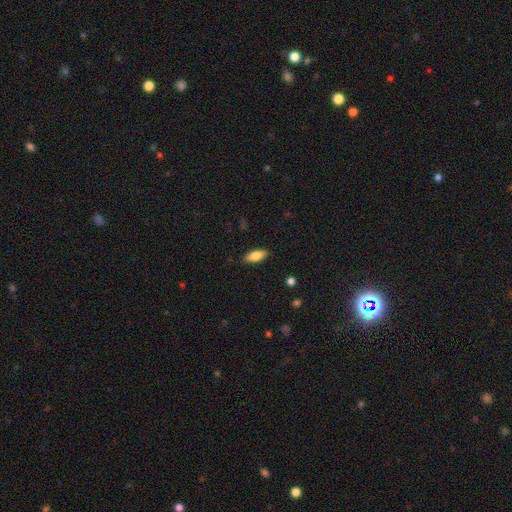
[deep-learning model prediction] smooth-or-featured: smooth: 82% | featured or disk: 11% | star or artifact: 6%
  how-rounded: in between: 76% | cigar-shaped: 22% | round: 2%
  merging: none: 86% | minor disturbance: 11% | major disturbance: 2% | merger: 1%